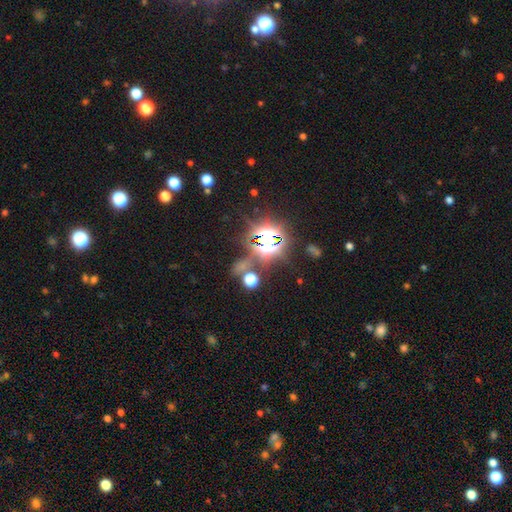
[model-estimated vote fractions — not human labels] Smooth or featured?
  - star or artifact: 78% *
  - smooth: 15%
  - featured or disk: 7%